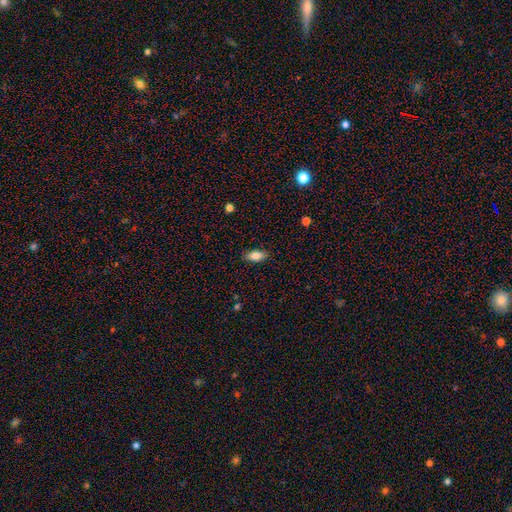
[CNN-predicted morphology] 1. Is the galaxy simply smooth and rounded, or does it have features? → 82% smooth, 10% featured or disk, 8% star or artifact.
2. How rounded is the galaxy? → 86% in between, 11% cigar-shaped, 3% round.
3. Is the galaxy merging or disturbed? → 87% none, 9% minor disturbance, 2% major disturbance, 1% merger.